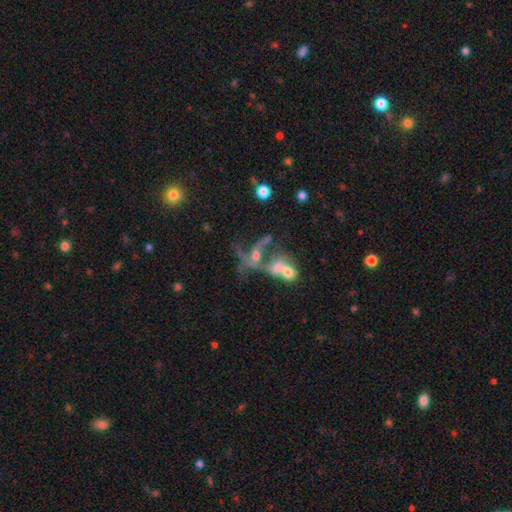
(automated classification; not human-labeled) This appears to be a featured or disk galaxy (58%) with no bar (72%), no spiral arms (52%) and a moderate central bulge (43%). Merging: merger (62%).